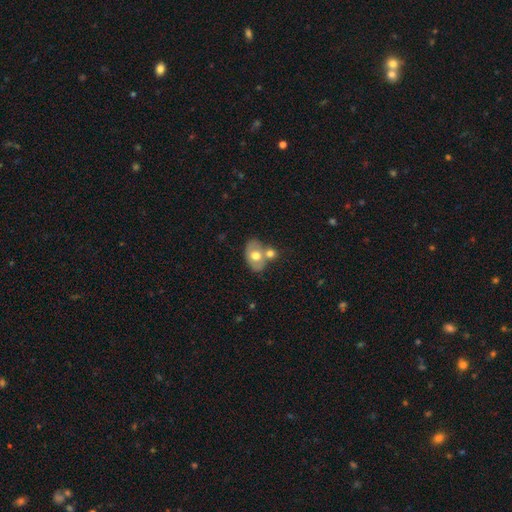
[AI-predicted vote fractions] Smooth or featured? Predicted: smooth (p=0.61). How rounded? Predicted: in between (p=0.79). Merging? Predicted: none (p=0.43).